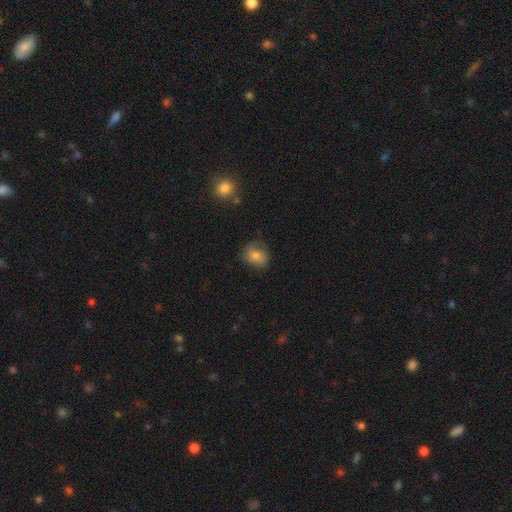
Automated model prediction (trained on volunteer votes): The model was most divided on "how rounded": round: 51%, in between: 48%, cigar-shaped: 1%. More confident: smooth or featured — smooth (72%); merging — none (60%).